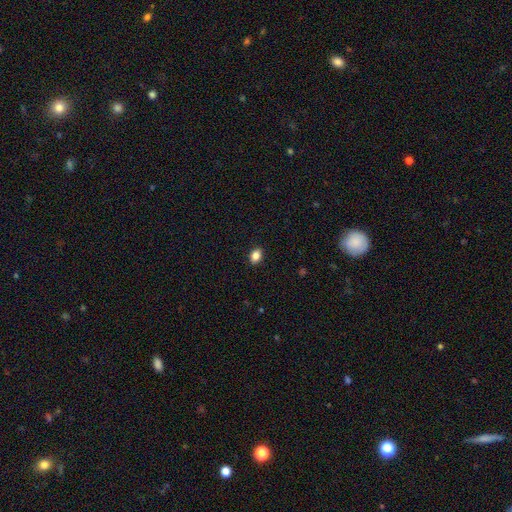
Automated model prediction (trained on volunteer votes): The model was most divided on "how rounded": in between: 76%, round: 22%, cigar-shaped: 2%. More confident: merging — none (90%); smooth or featured — smooth (86%).